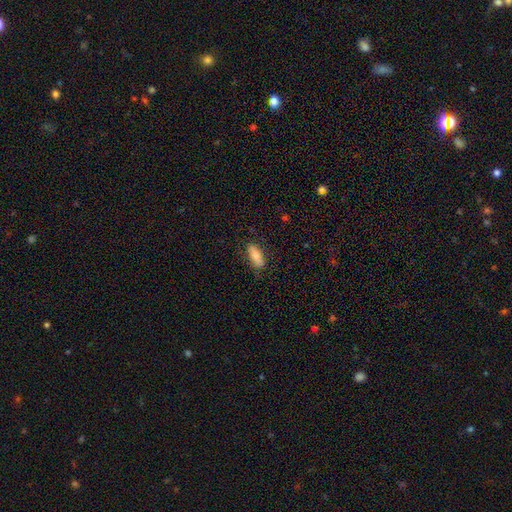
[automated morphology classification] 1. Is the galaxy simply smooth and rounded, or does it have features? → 74% smooth, 19% featured or disk, 7% star or artifact.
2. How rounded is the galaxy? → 65% in between, 33% cigar-shaped, 3% round.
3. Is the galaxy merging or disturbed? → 80% none, 15% minor disturbance, 4% major disturbance, 1% merger.